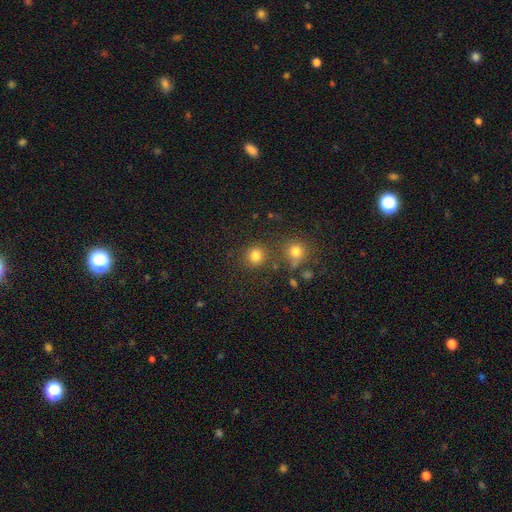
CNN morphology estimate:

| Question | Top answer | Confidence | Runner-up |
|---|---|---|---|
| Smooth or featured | smooth | 80% | star or artifact (15%) |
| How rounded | round | 88% | in between (11%) |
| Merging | none | 79% | merger (9%) |